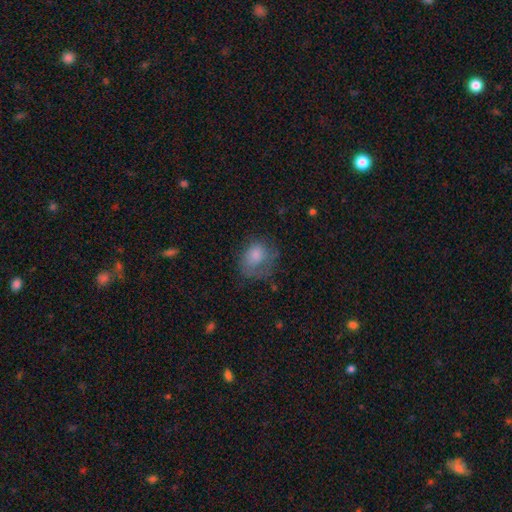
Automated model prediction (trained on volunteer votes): The model was most divided on "how rounded": in between: 53%, round: 46%, cigar-shaped: 1%. Remaining: smooth or featured — smooth (72%); merging — none (40%).